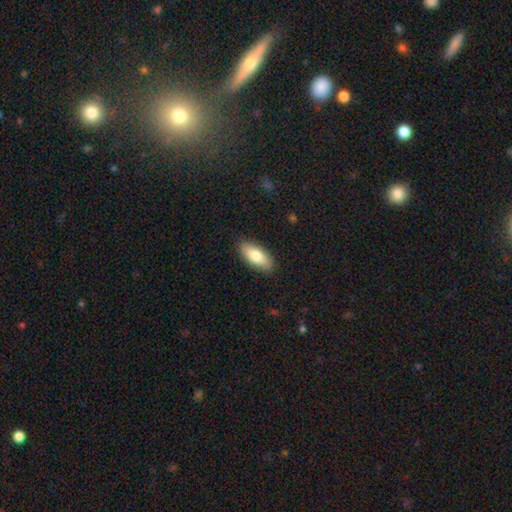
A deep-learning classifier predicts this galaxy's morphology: Q: Smooth or featured?
A: smooth (80%); runner-up: featured or disk (14%)
Q: How rounded?
A: in between (84%); runner-up: cigar-shaped (14%)
Q: Merging?
A: none (88%); runner-up: minor disturbance (9%)